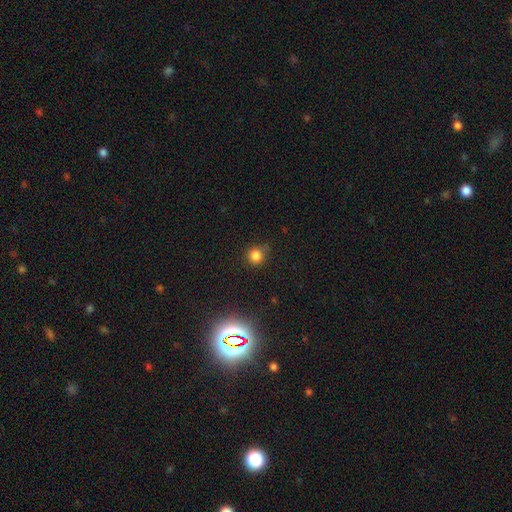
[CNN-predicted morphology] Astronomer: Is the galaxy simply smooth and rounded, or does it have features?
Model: smooth — 81%.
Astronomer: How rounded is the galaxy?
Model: round — 91%.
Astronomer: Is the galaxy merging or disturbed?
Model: none — 77%.